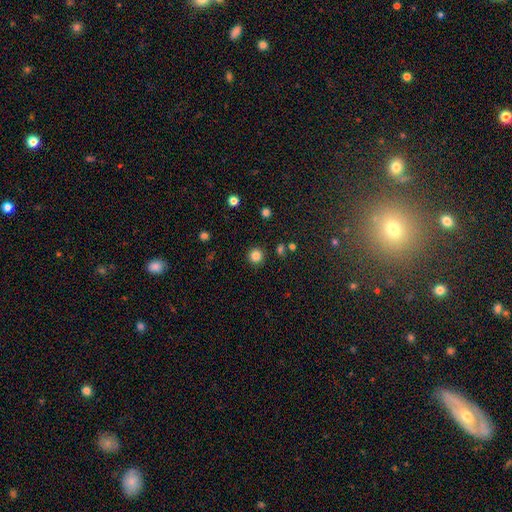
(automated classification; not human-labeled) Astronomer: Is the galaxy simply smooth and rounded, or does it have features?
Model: smooth — 84%.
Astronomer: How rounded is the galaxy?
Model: round — 95%.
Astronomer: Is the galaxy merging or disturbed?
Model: none — 91%.